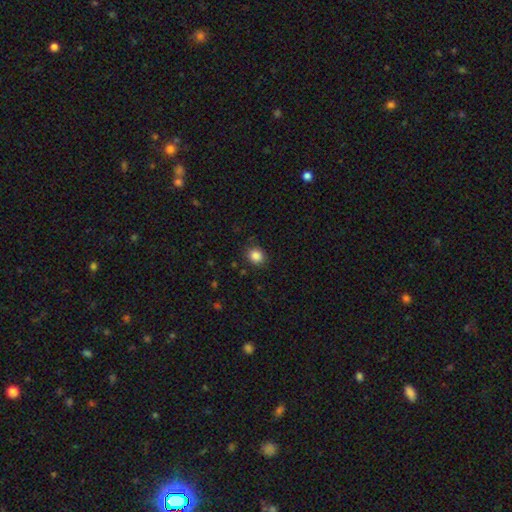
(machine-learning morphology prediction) Smooth or featured? smooth (86%)
How rounded? round (75%)
Merging? none (87%)